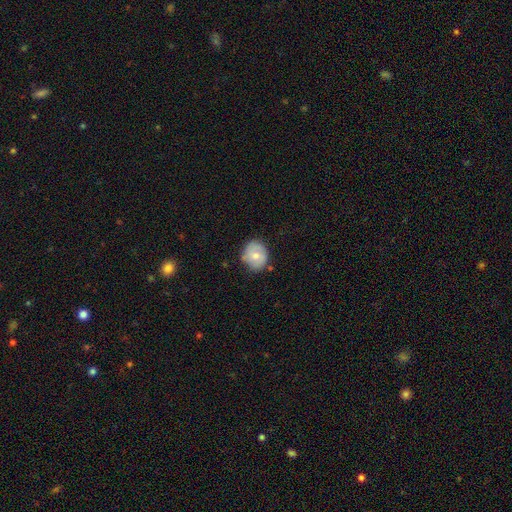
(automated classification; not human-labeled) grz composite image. It shows a smooth galaxy with no disk features (64%) that is round (74%). Merging: none (71%).